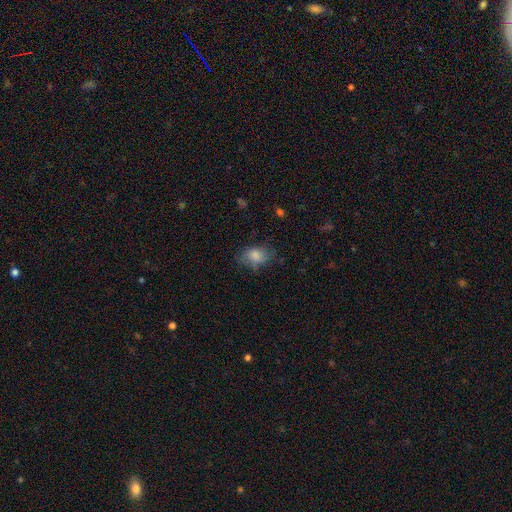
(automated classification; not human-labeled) This appears to be a smooth galaxy with no disk features (79%) that is in between round and cigar-shaped (77%). Merging: none (60%).